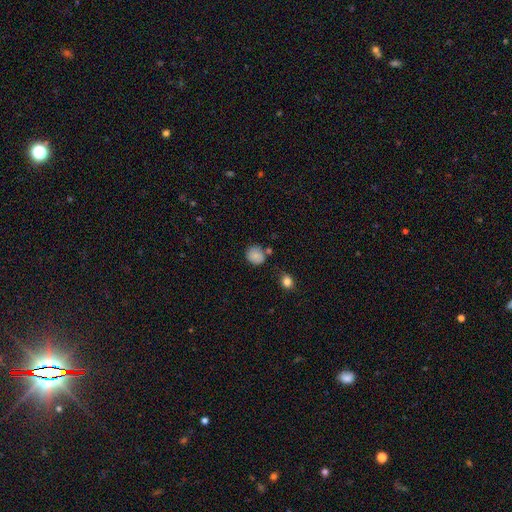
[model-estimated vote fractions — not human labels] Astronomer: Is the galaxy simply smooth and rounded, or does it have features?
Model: smooth — 83%.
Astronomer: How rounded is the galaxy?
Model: round — 78%.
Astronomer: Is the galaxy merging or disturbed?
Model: none — 69%.